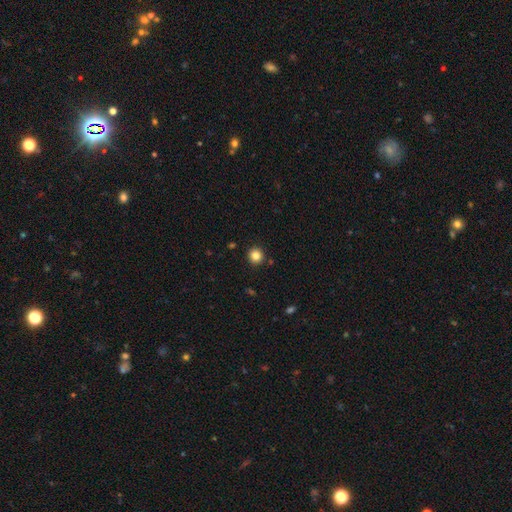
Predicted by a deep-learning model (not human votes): smooth-or-featured: smooth: 84% | star or artifact: 11% | featured or disk: 5%
  how-rounded: round: 93% | in between: 6% | cigar-shaped: 1%
  merging: none: 91% | minor disturbance: 5% | merger: 2% | major disturbance: 2%